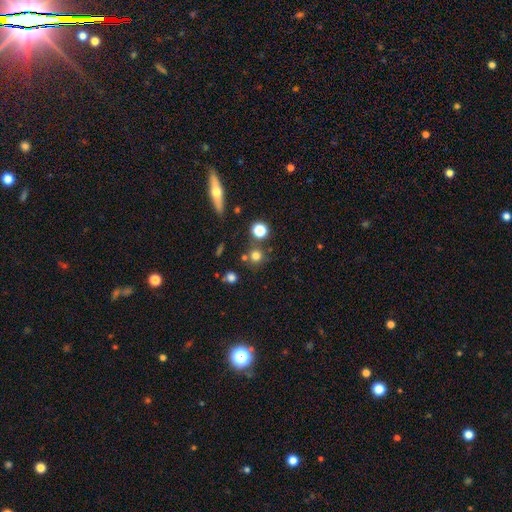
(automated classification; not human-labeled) A smooth galaxy with no disk features (74%) that is round (90%). Merging: none (73%).